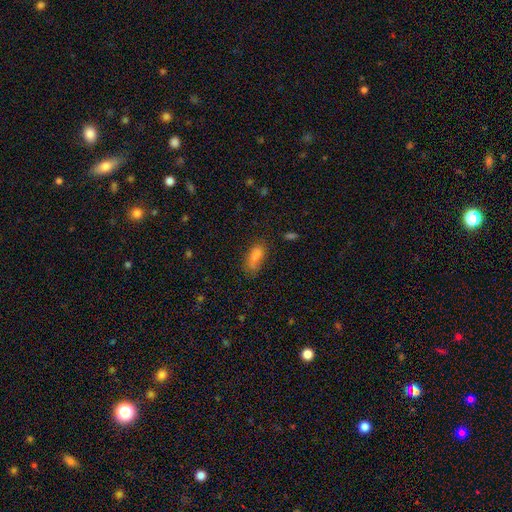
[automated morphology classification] Smooth or featured?
  - smooth: 79% *
  - star or artifact: 11%
  - featured or disk: 11%
How rounded?
  - in between: 83% *
  - cigar-shaped: 13%
  - round: 4%
Merging?
  - none: 51% *
  - minor disturbance: 27%
  - major disturbance: 13%
  - merger: 8%